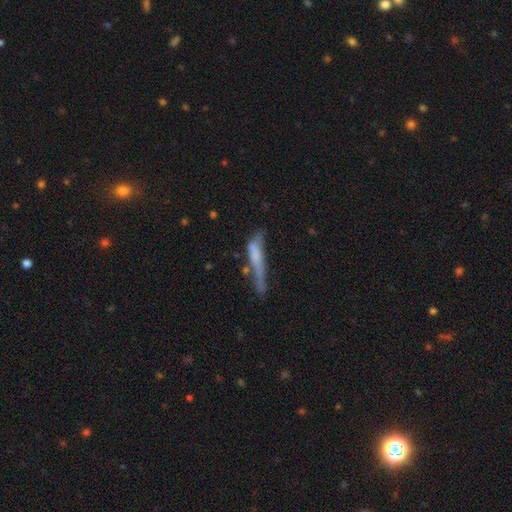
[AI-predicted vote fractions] Smooth or featured: smooth — 49% (featured or disk — 41%)
Merging: none — 33% (major disturbance — 27%)